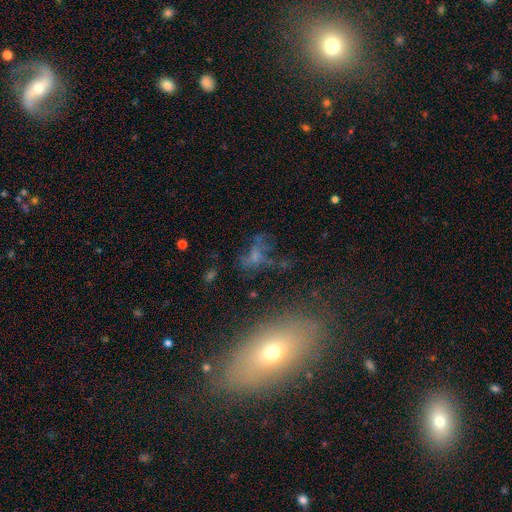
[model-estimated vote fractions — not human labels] Smooth or featured? Predicted: smooth (p=0.37). Merging? Predicted: none (p=0.40).